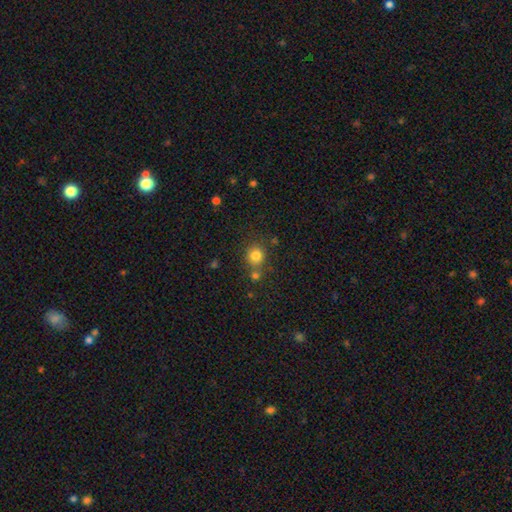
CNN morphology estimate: The model was most divided on "merging": none: 70%, merger: 17%, minor disturbance: 10%, major disturbance: 3%. More confident: how rounded — round (86%); smooth or featured — smooth (81%).